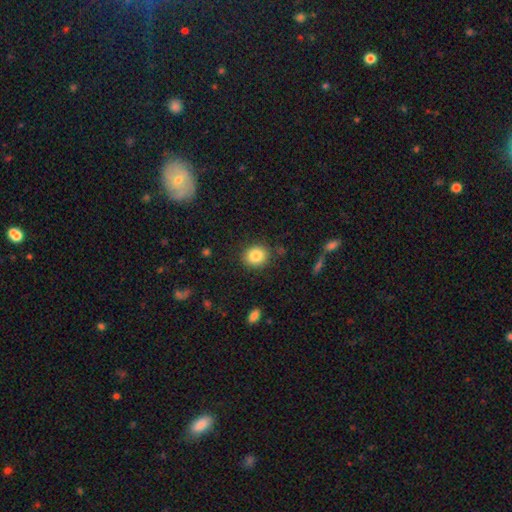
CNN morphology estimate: Smooth or featured? Predicted: smooth (p=0.85). How rounded? Predicted: round (p=0.71). Merging? Predicted: none (p=0.87).